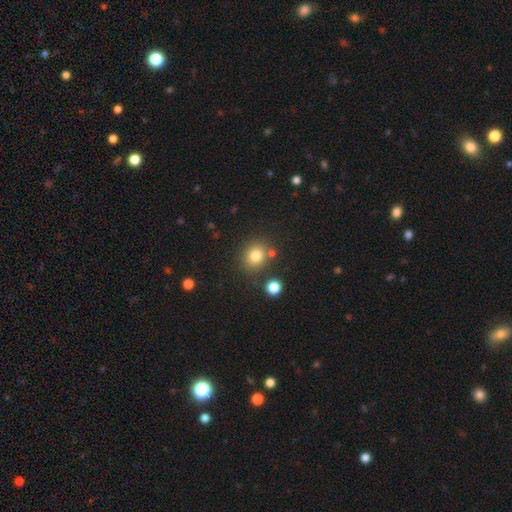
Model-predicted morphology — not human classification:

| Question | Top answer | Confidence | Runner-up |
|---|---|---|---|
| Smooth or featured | smooth | 80% | star or artifact (13%) |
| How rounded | round | 76% | in between (23%) |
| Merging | none | 78% | minor disturbance (10%) |